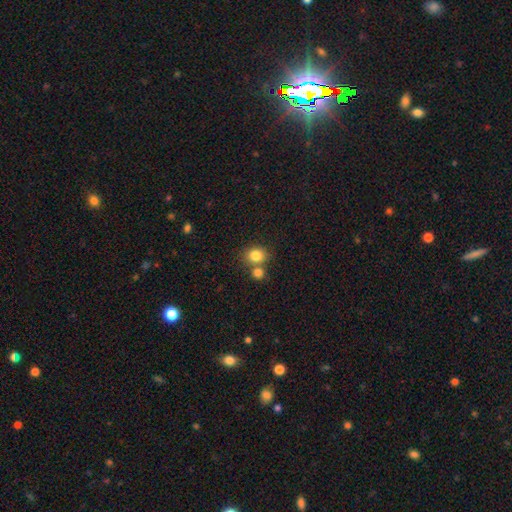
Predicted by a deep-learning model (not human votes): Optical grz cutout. It shows a smooth galaxy with no disk features (82%) that is round (70%). Merging: none (58%).